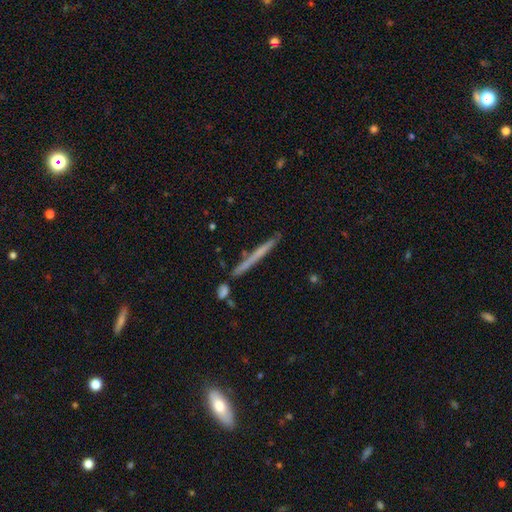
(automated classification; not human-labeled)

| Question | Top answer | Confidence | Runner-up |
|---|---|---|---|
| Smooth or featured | featured or disk | 52% | smooth (41%) |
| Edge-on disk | yes | 97% | no (3%) |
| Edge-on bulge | none | 87% | rounded (9%) |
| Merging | none | 85% | minor disturbance (9%) |